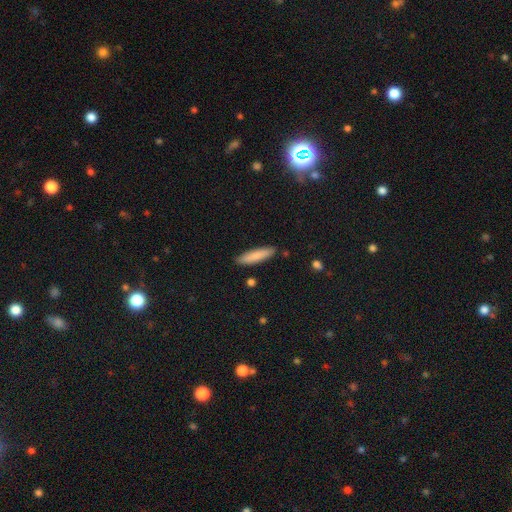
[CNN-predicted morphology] A smooth galaxy with no disk features (83%) that is cigar-shaped (79%). Merging: none (88%).